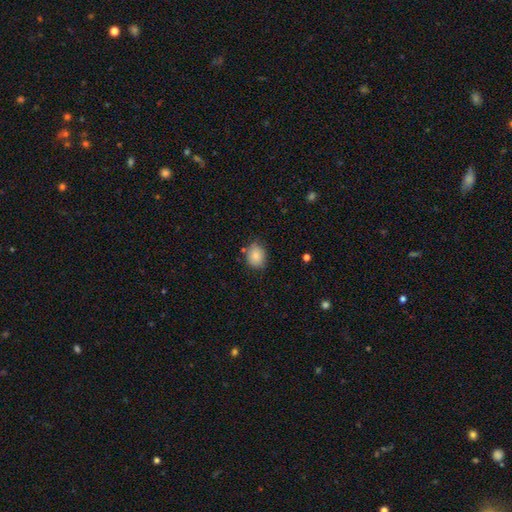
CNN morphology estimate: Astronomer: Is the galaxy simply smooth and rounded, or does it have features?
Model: smooth — 85%.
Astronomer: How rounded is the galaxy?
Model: in between — 55% (runner-up: round, 44%).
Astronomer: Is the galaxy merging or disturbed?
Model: none — 75%.